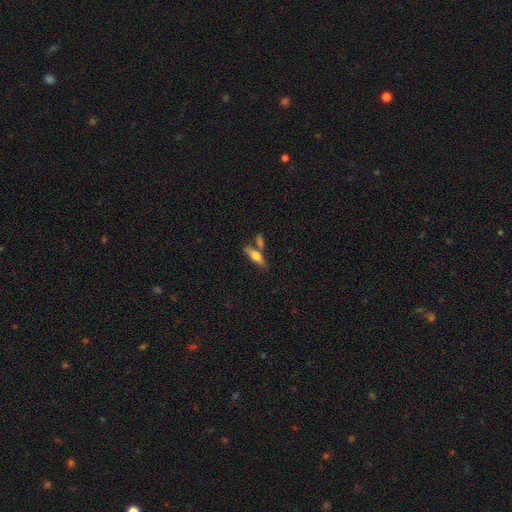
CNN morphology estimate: This appears to be a smooth galaxy with no disk features (53%) that is cigar-shaped (56%). Merging: none (62%).